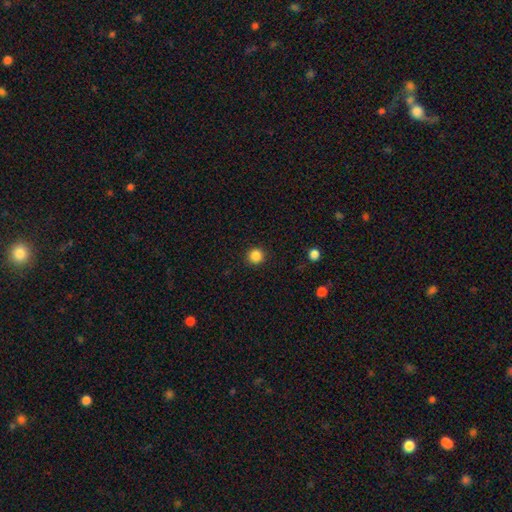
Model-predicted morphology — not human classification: smooth 86%, star or artifact 11%, featured or disk 3%. Down the decision tree: how rounded — round (95%); merging — none (92%).